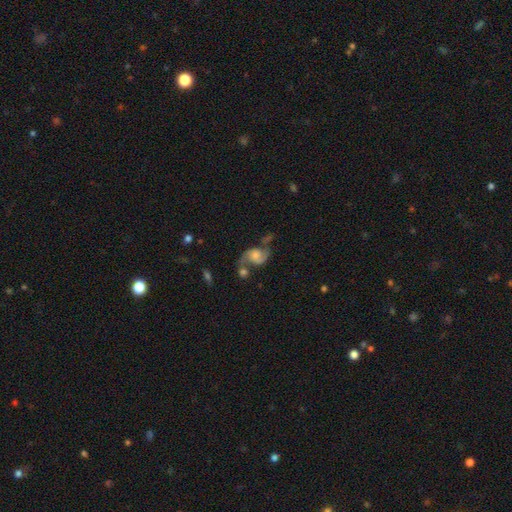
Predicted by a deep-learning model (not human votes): A featured or disk galaxy (77%) with no bar (66%), 2 (90%) loose (51%) spiral arms (94%) and a moderate central bulge (37%).

Vote fractions:
- Smooth or featured? featured or disk: 77% / smooth: 15% / star or artifact: 8%
- Edge-on disk? no: 97% / yes: 3%
- Bar? no: 66% / weak: 29% / strong: 5%
- Spiral arms? yes: 94% / no: 6%
- Spiral winding? loose: 51% / medium: 39% / tight: 11%
- Spiral arm count? 2: 90% / 1: 3% / can't tell: 3% / 3: 1% / 4: 1% / more than 4: 1%
- Bulge size? moderate: 37% / small: 33% / none: 15% / large: 13% / dominant: 3%
- Merging? none: 43% / merger: 23% / minor disturbance: 19% / major disturbance: 15%